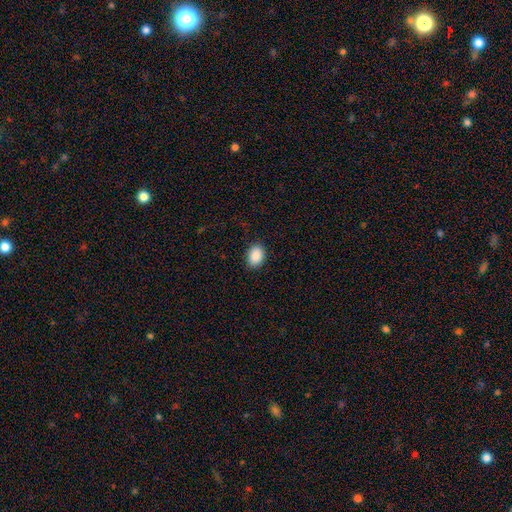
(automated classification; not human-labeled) Smooth or featured: smooth — 90% (star or artifact — 7%)
How rounded: in between — 74% (round — 25%)
Merging: none — 89% (minor disturbance — 8%)